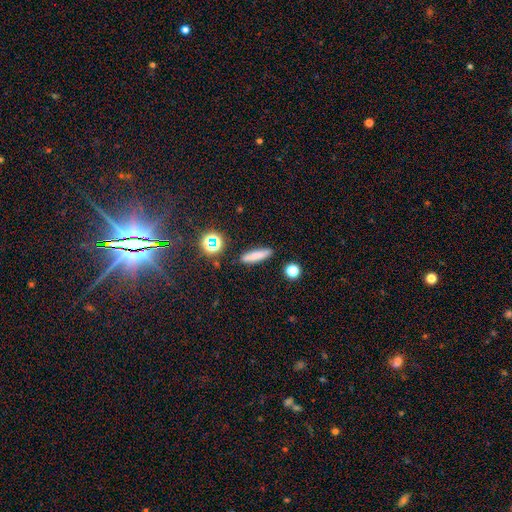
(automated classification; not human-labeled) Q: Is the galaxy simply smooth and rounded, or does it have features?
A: smooth — 77%.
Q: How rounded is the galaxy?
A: cigar-shaped — 80%.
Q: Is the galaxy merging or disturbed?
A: none — 87%.